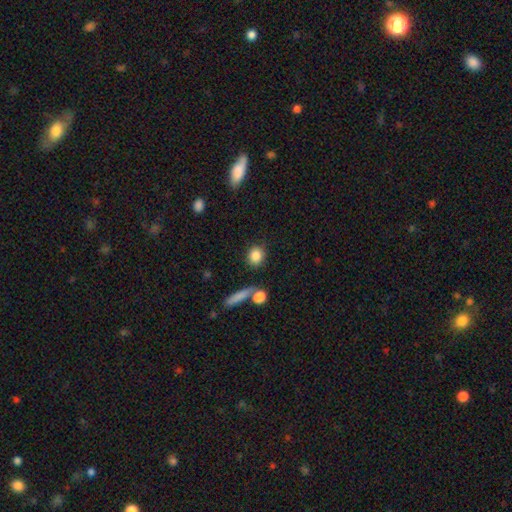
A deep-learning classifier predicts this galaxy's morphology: Smooth or featured: smooth — 85% (star or artifact — 9%)
How rounded: round — 76% (in between — 21%)
Merging: none — 80% (minor disturbance — 10%)